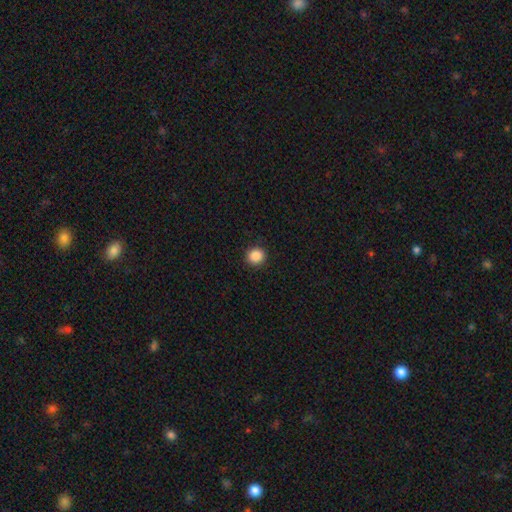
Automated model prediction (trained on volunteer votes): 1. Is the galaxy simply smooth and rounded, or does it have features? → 88% smooth, 9% star or artifact, 3% featured or disk.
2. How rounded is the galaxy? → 89% round, 10% in between, 1% cigar-shaped.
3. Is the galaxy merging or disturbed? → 92% none, 5% minor disturbance, 2% major disturbance, 1% merger.